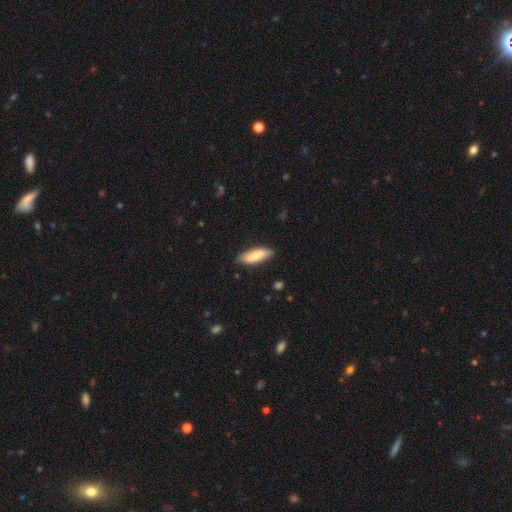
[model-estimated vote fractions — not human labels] A smooth galaxy with no disk features (75%) that is in between round and cigar-shaped (57%). Merging: none (83%).